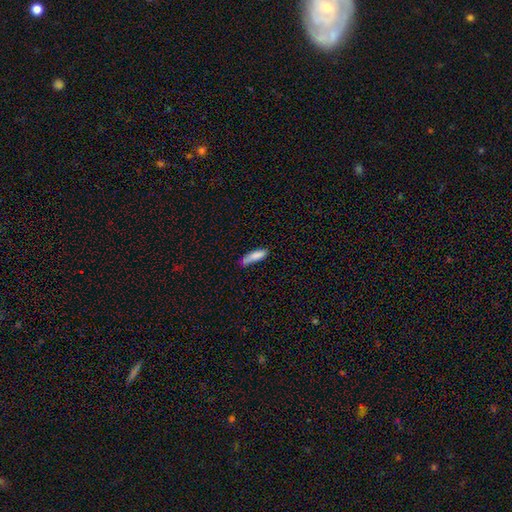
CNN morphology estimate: A smooth galaxy with no disk features (82%) that is cigar-shaped (67%). Merging: none (59%).